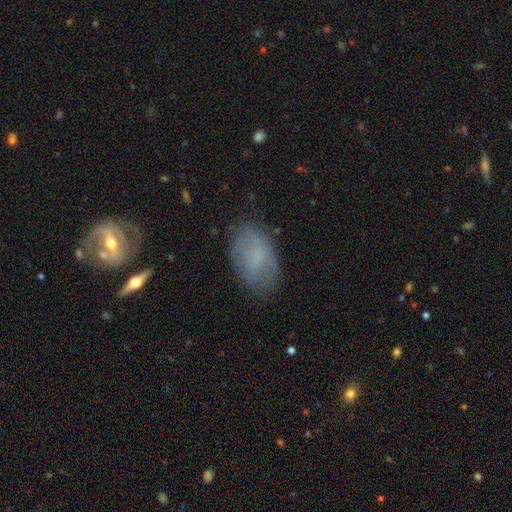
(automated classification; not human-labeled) A smooth galaxy with no disk features (61%) that is in between round and cigar-shaped (91%). Merging: none (72%).